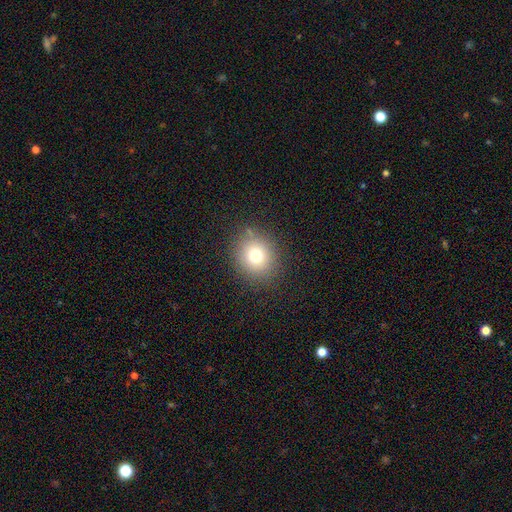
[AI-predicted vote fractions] A smooth galaxy with no disk features (74%) that is round (80%).

Vote fractions:
- Smooth or featured? smooth: 74% / star or artifact: 15% / featured or disk: 11%
- How rounded? round: 80% / in between: 19% / cigar-shaped: 1%
- Merging? none: 85% / minor disturbance: 10% / major disturbance: 4% / merger: 2%